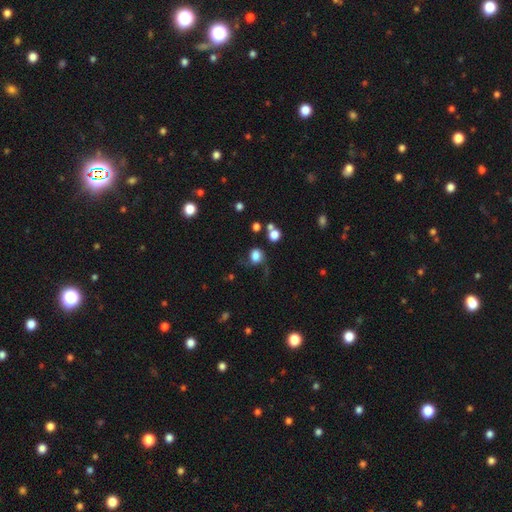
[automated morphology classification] type=smooth (73%); roundness=round (74%); merging=none (48%).